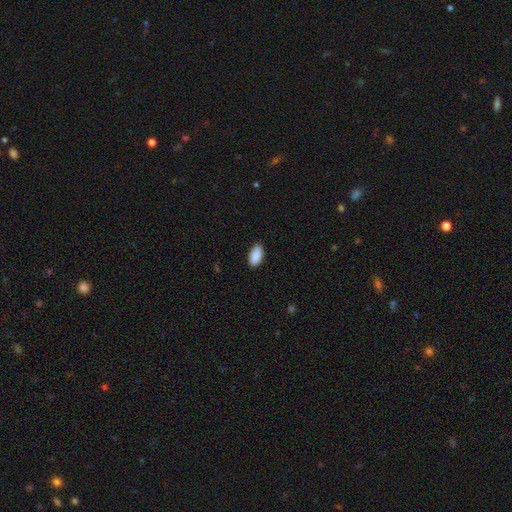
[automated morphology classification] Smooth or featured: smooth — 91% (star or artifact — 6%)
How rounded: in between — 95% (round — 3%)
Merging: none — 87% (minor disturbance — 10%)